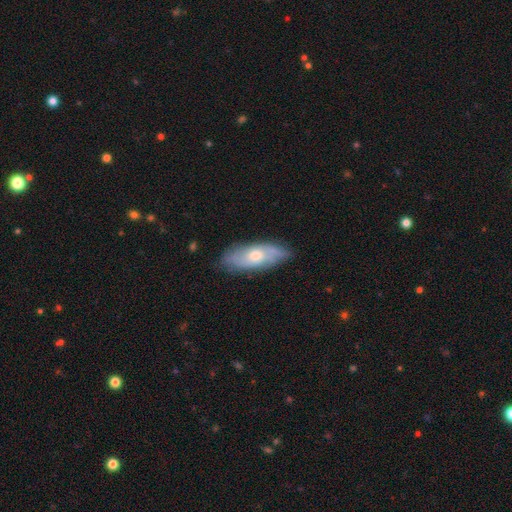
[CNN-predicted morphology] The model was most divided on "smooth or featured": featured or disk: 57%, smooth: 36%, star or artifact: 7%. More confident: edge-on disk — no (79%); merging — none (77%).